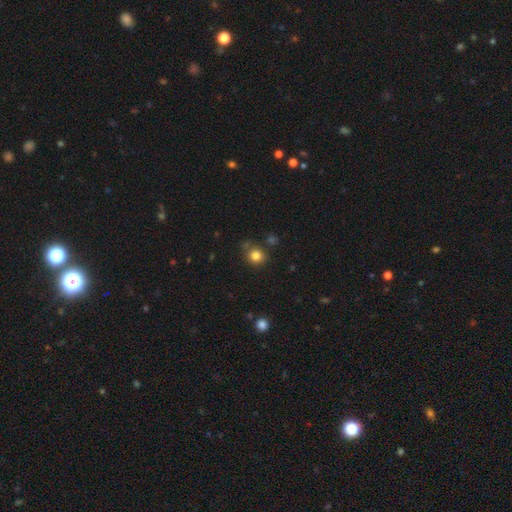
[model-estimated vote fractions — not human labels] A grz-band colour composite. It shows a smooth galaxy with no disk features (81%) that is round (87%). Merging: none (78%).